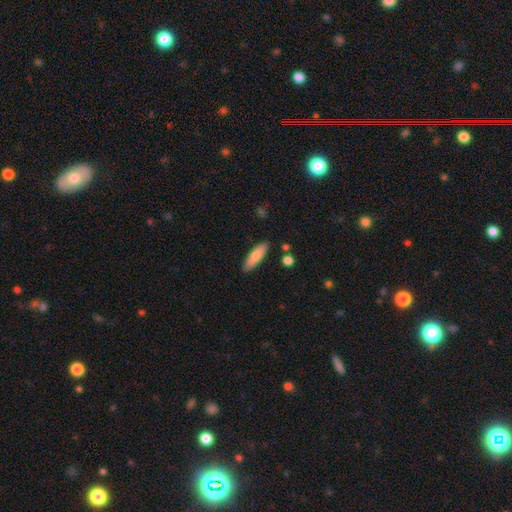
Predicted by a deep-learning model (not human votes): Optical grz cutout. It shows a smooth galaxy with no disk features (81%) that is cigar-shaped (55%). Merging: none (87%).